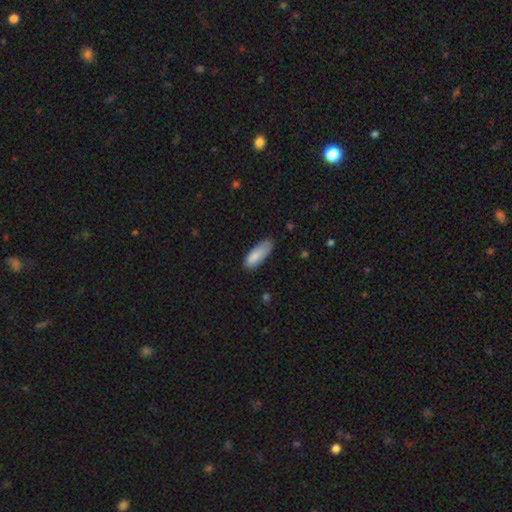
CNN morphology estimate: Smooth or featured: smooth — 86% (featured or disk — 7%)
How rounded: in between — 71% (cigar-shaped — 27%)
Merging: none — 65% (minor disturbance — 28%)